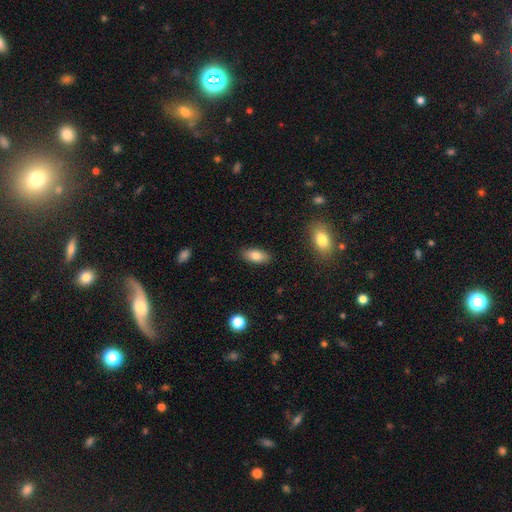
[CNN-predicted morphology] Overall: smooth (81%). How rounded: in between (88%). Merging: none (87%).